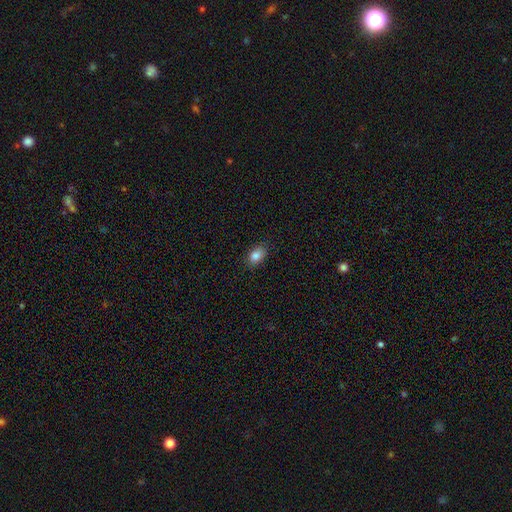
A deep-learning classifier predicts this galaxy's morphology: A smooth galaxy with no disk features (85%) that is in between round and cigar-shaped (84%). Merging: none (86%).